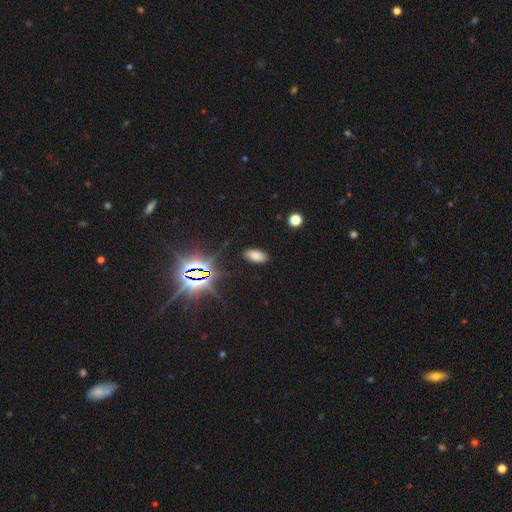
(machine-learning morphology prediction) smooth 72%, star or artifact 21%, featured or disk 7%. Down the decision tree: how rounded — in between (92%); merging — none (85%).